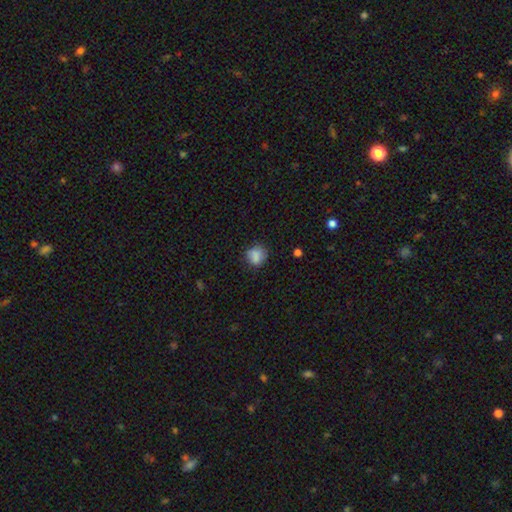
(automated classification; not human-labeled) Overall: smooth (83%). How rounded: round (72%). Merging: none (70%).